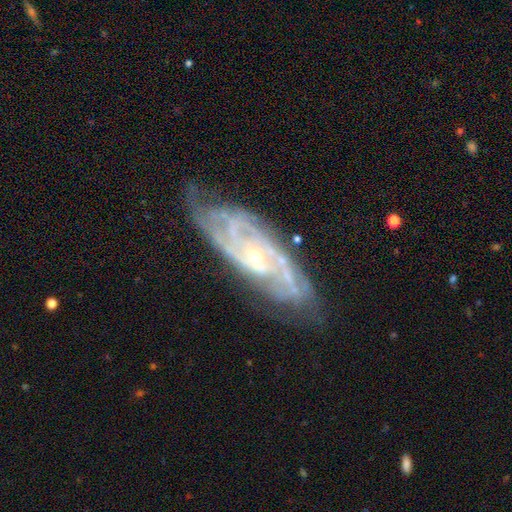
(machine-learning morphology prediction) The model was most divided on "spiral arm count" (2-way tie): 2: 26%, can't tell: 26%, 3: 22%, 4: 14%, more than 4: 7%, 1: 6%. More confident: spiral arms — yes (97%); edge-on disk — no (90%); smooth or featured — featured or disk (89%); bulge size — small (75%); merging — none (70%); bar — no (66%); spiral winding — tight (65%).